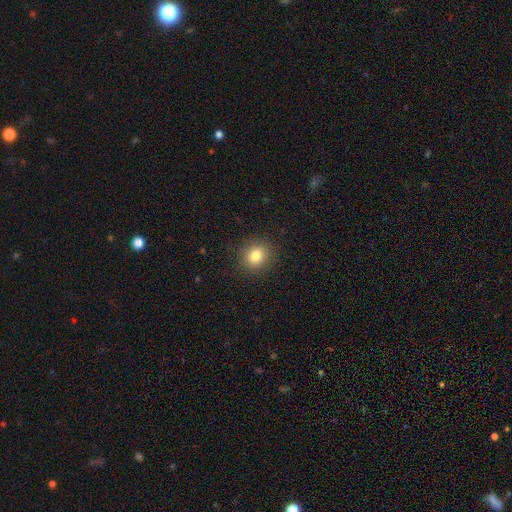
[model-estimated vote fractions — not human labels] Smooth or featured? Predicted: smooth (p=0.82). How rounded? Predicted: round (p=0.75). Merging? Predicted: none (p=0.90).